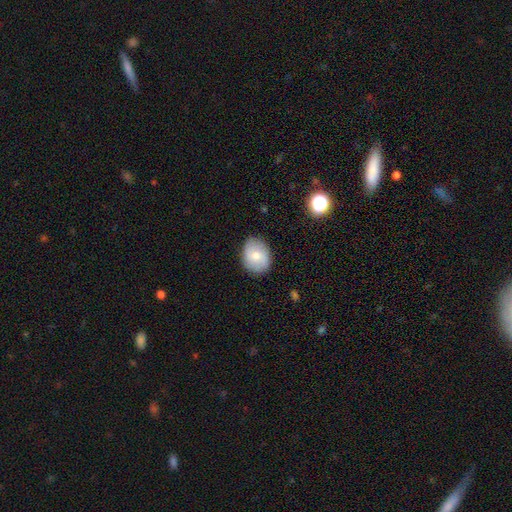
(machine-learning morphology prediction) Smooth or featured? smooth (65%)
How rounded? in between (51%)
Merging? none (84%)